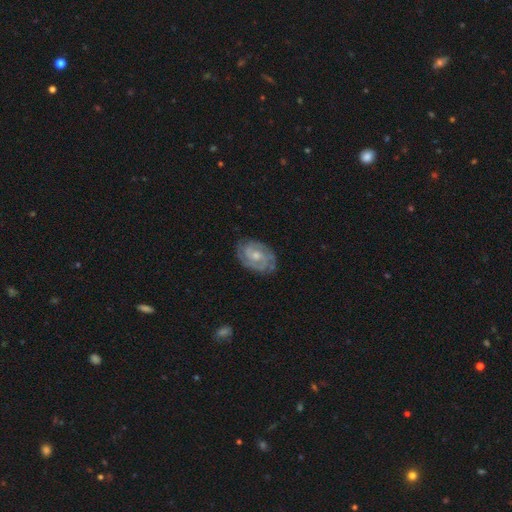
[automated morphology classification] smooth-or-featured: featured or disk: 87% | smooth: 8% | star or artifact: 5%
  disk-edge-on: no: 97% | yes: 3%
    bar: no: 56% | weak: 37% | strong: 7%
    has-spiral-arms: yes: 97% | no: 3%
      spiral-winding: tight: 67% | medium: 28% | loose: 4%
      spiral-arm-count: 2: 56% | 3: 20% | can't tell: 13% | 4: 4% | 1: 3% | more than 4: 3%
    bulge-size: moderate: 50% | small: 43% | none: 4% | large: 2% | dominant: 1%
  merging: none: 80% | minor disturbance: 15% | major disturbance: 4% | merger: 1%